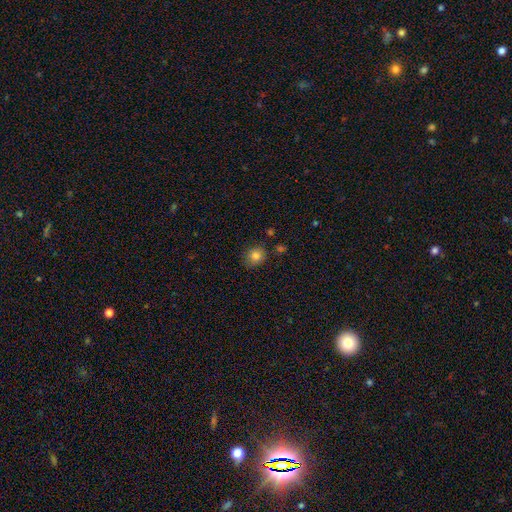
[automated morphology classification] Smooth or featured?
  - smooth: 82% *
  - star or artifact: 11%
  - featured or disk: 6%
How rounded?
  - round: 75% *
  - in between: 24%
  - cigar-shaped: 1%
Merging?
  - none: 80% *
  - minor disturbance: 13%
  - merger: 3%
  - major disturbance: 3%